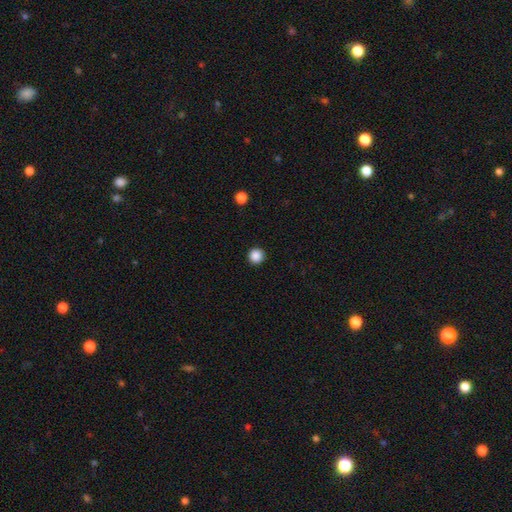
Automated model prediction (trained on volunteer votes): Smooth or featured? Predicted: smooth (p=0.88). How rounded? Predicted: round (p=0.96). Merging? Predicted: none (p=0.93).